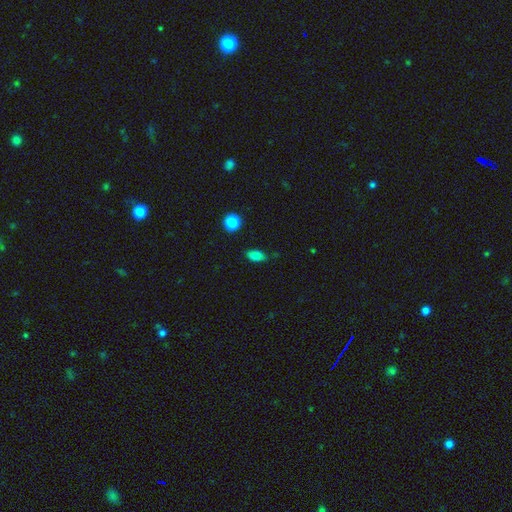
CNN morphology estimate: Overall: smooth (83%). How rounded: in between (86%). Merging: none (78%).